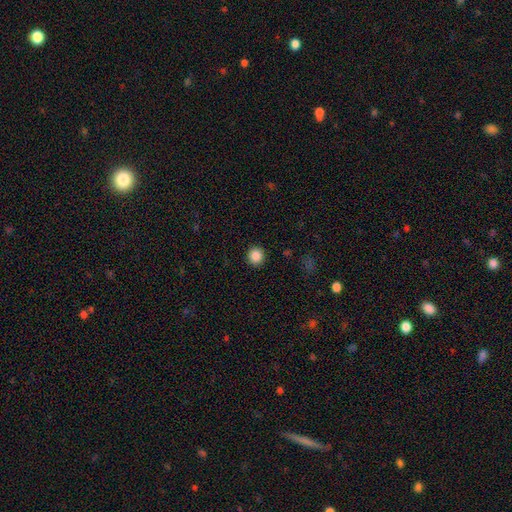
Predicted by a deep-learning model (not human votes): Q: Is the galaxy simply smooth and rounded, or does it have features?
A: smooth — 86%.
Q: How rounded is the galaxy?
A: round — 91%.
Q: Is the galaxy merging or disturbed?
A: none — 92%.